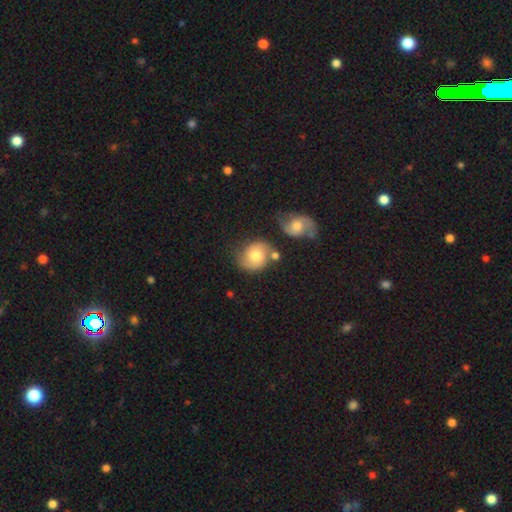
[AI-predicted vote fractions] A featured or disk galaxy (46%).

Vote fractions:
- Smooth or featured? featured or disk: 46% / smooth: 45% / star or artifact: 8%
- Merging? none: 60% / minor disturbance: 18% / merger: 16% / major disturbance: 6%